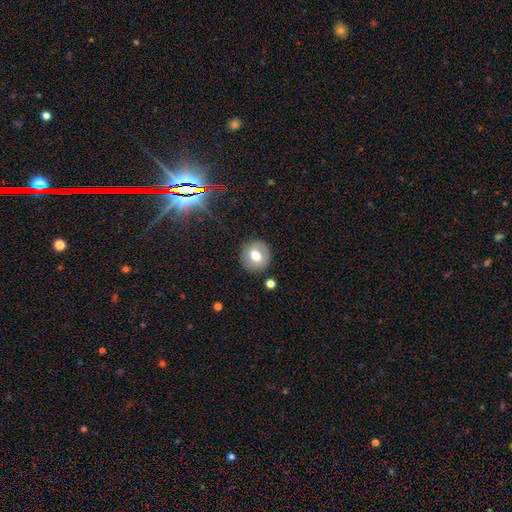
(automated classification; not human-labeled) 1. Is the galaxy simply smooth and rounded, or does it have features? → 68% smooth, 20% featured or disk, 11% star or artifact.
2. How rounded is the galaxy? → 91% round, 8% in between, 1% cigar-shaped.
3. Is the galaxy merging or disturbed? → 88% none, 8% minor disturbance, 3% major disturbance, 2% merger.